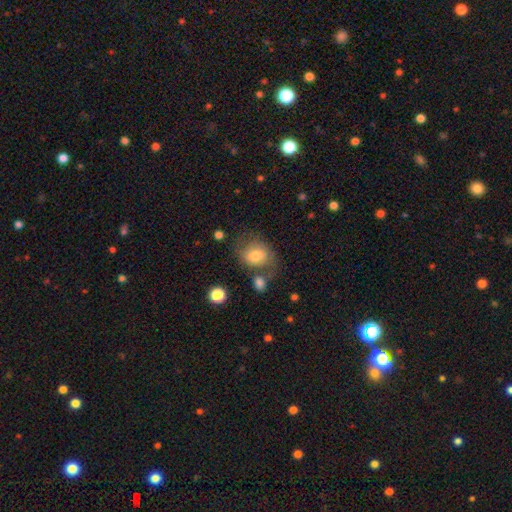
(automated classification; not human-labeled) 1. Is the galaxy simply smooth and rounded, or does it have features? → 67% smooth, 25% featured or disk, 8% star or artifact.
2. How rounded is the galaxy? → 53% round, 47% in between, 1% cigar-shaped.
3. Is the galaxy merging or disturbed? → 52% none, 22% minor disturbance, 14% major disturbance, 13% merger.